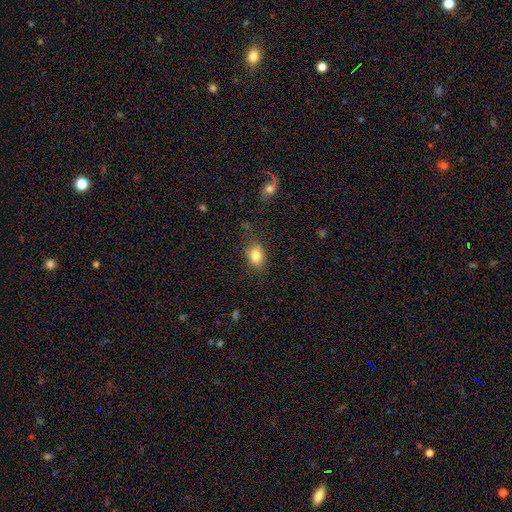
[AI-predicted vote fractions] This appears to be a smooth galaxy with no disk features (82%) that is in between round and cigar-shaped (72%). Merging: none (74%).